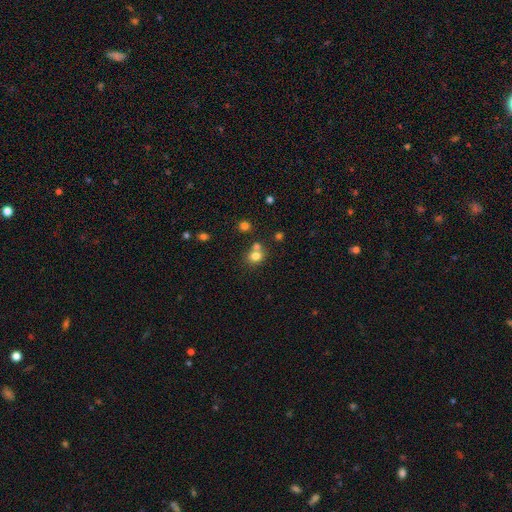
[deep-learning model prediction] This appears to be a smooth galaxy with no disk features (76%) that is round (66%). Merging: none (53%).